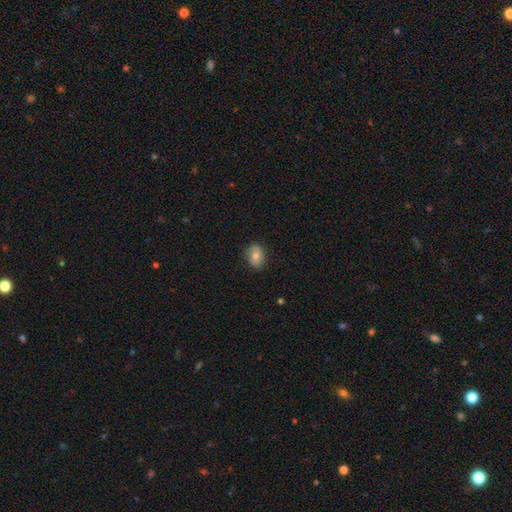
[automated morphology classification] This is likely a smooth galaxy (71%). How rounded: likely in between (70%). Merging: clearly none (82%).